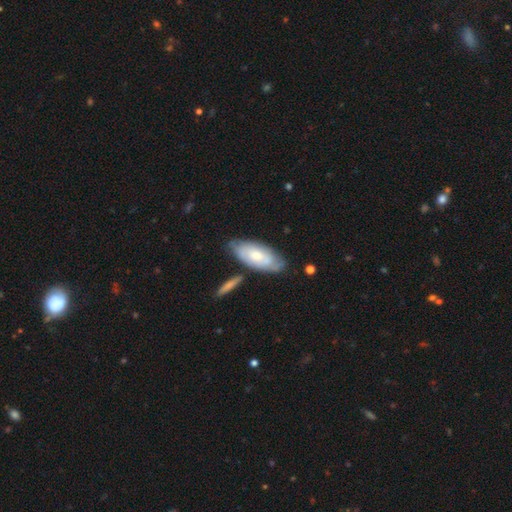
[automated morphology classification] Smooth or featured?
  - smooth: 53% *
  - featured or disk: 41%
  - star or artifact: 5%
How rounded?
  - in between: 87% *
  - cigar-shaped: 10%
  - round: 2%
Merging?
  - none: 64% *
  - minor disturbance: 22%
  - merger: 8%
  - major disturbance: 5%